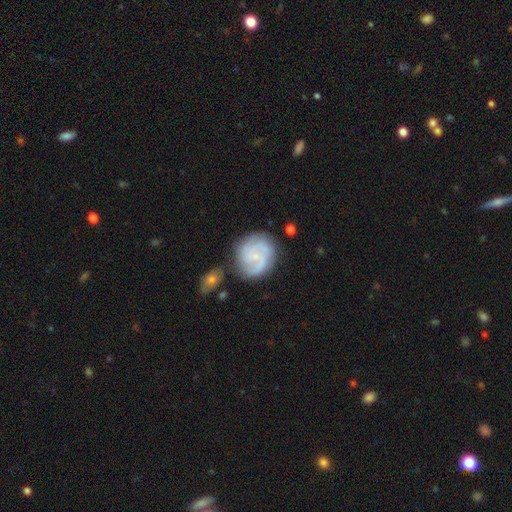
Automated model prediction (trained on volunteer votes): A featured or disk galaxy (71%) with no bar (64%), 2 (35%) tight (44%) spiral arms (93%) and a small central bulge (71%). Merging: none (68%).